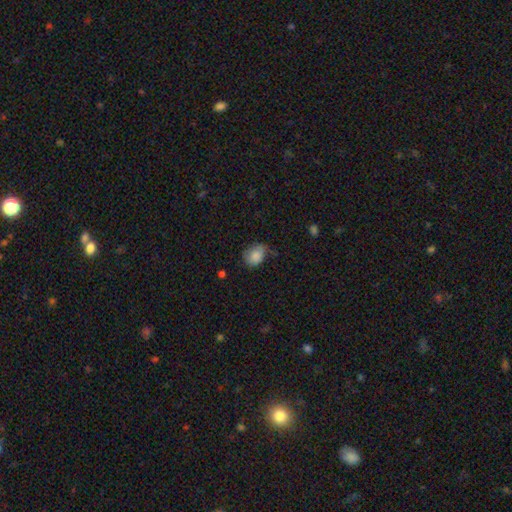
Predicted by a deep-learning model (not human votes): Smooth or featured? Predicted: smooth (p=0.83). How rounded? Predicted: in between (p=0.59). Merging? Predicted: none (p=0.52).